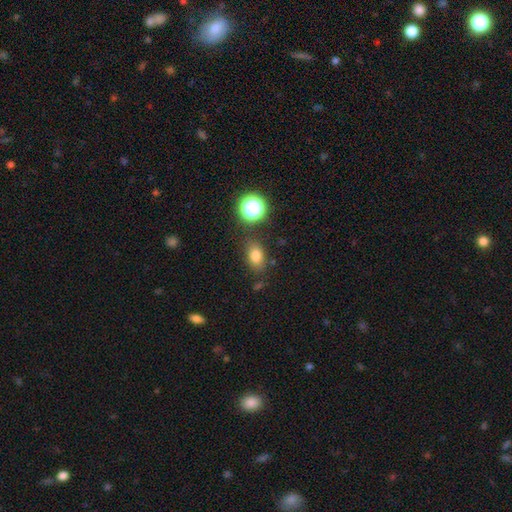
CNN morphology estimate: smooth-or-featured: smooth: 78% | star or artifact: 13% | featured or disk: 9%
  how-rounded: in between: 76% | round: 22% | cigar-shaped: 2%
  merging: none: 78% | minor disturbance: 13% | merger: 5% | major disturbance: 4%